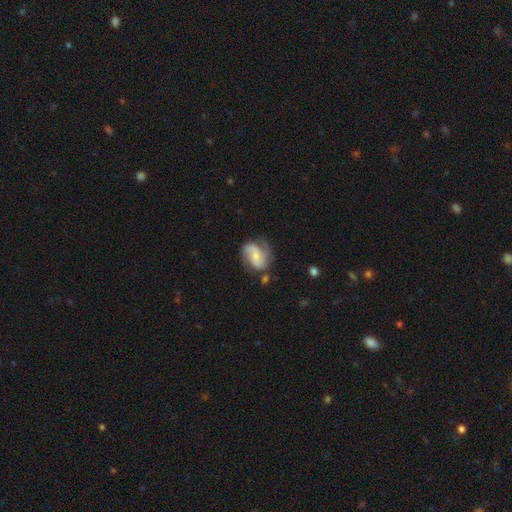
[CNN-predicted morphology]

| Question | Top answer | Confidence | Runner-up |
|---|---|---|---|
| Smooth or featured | featured or disk | 72% | smooth (21%) |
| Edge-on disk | no | 97% | yes (3%) |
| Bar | no | 48% | weak (38%) |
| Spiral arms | yes | 93% | no (7%) |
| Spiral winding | medium | 46% | loose (31%) |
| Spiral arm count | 2 | 80% | can't tell (8%) |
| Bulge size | small | 52% | moderate (34%) |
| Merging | none | 62% | minor disturbance (23%) |